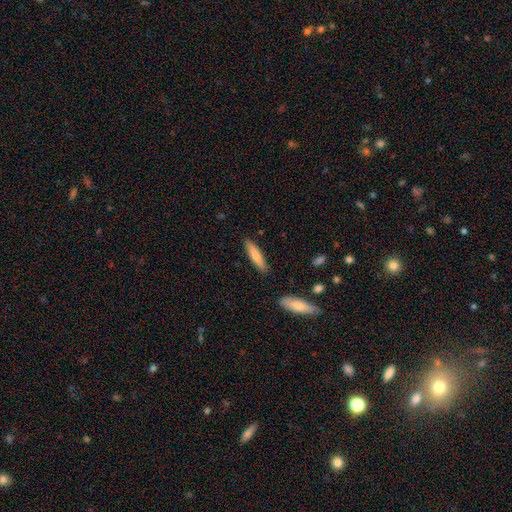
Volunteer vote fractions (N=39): This is likely a smooth galaxy (79%). How rounded: clearly cigar-shaped (81%). Merging: clearly none (95%).